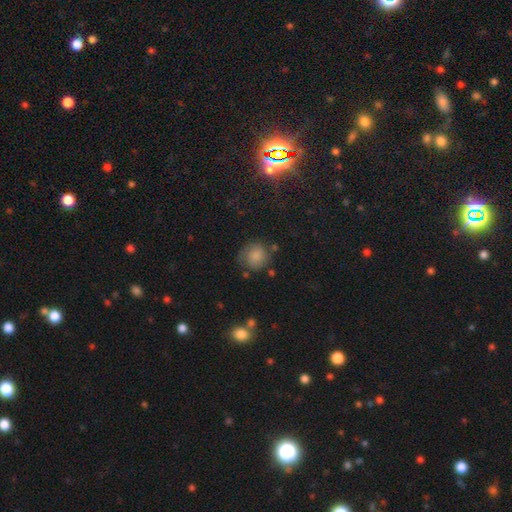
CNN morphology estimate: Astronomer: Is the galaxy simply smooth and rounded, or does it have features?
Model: smooth — 76%.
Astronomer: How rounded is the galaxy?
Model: round — 86%.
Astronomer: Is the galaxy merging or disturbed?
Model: none — 66%.